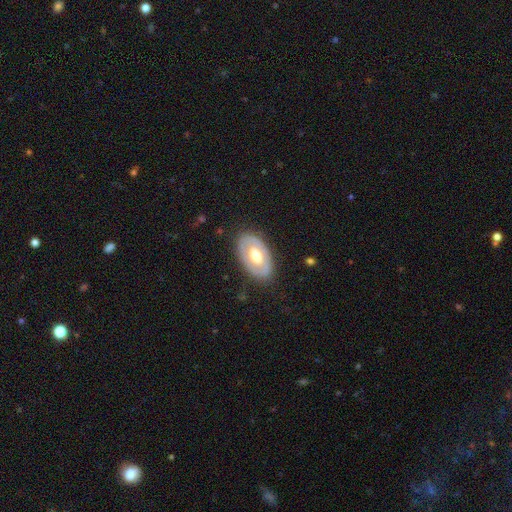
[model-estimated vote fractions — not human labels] Overall: featured or disk (52%; smooth 43%). Edge-on disk: no (88%). Merging: none (81%).